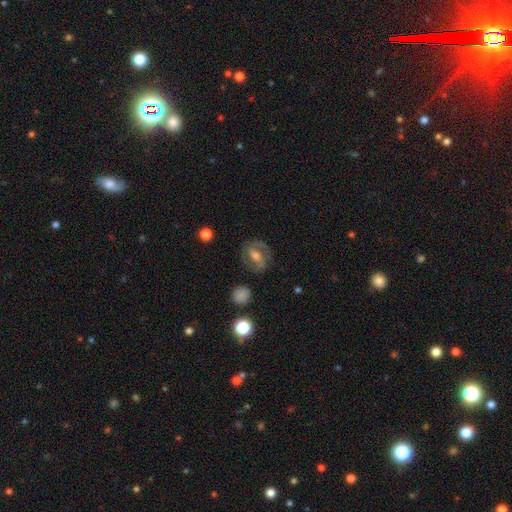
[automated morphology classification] smooth_or_featured: featured or disk (p=0.59) [alt: smooth p=0.33]
disk_edge_on: no (p=0.95) [alt: yes p=0.05]
bar: weak (p=0.38) [alt: no p=0.34]
has_spiral_arms: yes (p=0.66) [alt: no p=0.34]
bulge_size: moderate (p=0.56) [alt: small p=0.23]
merging: none (p=0.75) [alt: minor disturbance p=0.14]